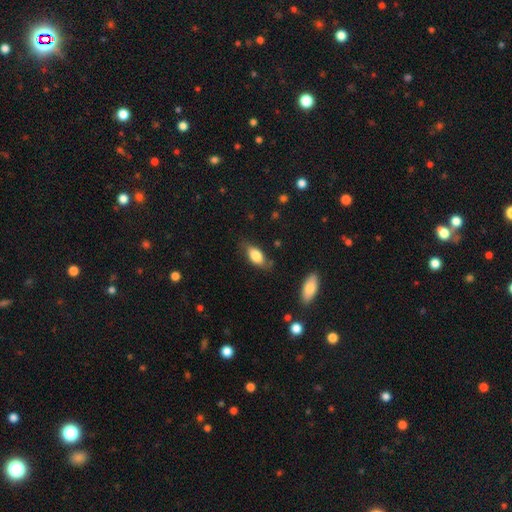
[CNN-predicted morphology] smooth_or_featured: smooth (p=0.79) [alt: featured or disk p=0.14]
how_rounded: in between (p=0.87) [alt: cigar-shaped p=0.10]
merging: none (p=0.70) [alt: minor disturbance p=0.22]